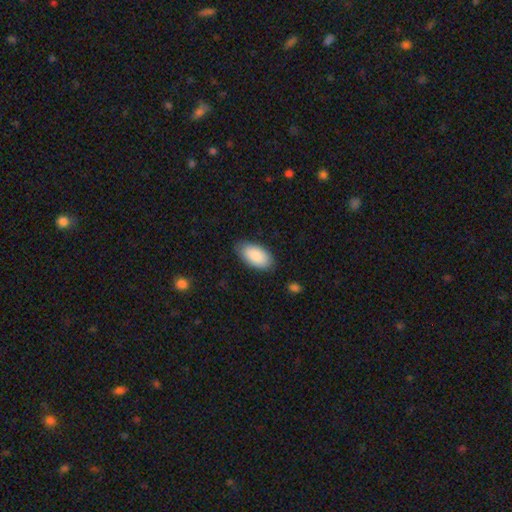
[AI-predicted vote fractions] A smooth galaxy with no disk features (90%) that is in between round and cigar-shaped (96%).

Vote fractions:
- Smooth or featured? smooth: 90% / star or artifact: 5% / featured or disk: 5%
- How rounded? in between: 96% / round: 2% / cigar-shaped: 2%
- Merging? none: 81% / minor disturbance: 15% / major disturbance: 3% / merger: 1%